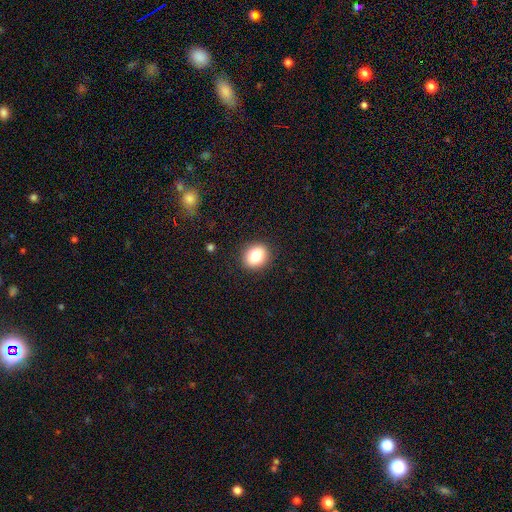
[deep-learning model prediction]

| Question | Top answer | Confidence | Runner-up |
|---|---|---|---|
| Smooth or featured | smooth | 83% | star or artifact (9%) |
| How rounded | round | 60% | in between (39%) |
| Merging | none | 90% | minor disturbance (7%) |